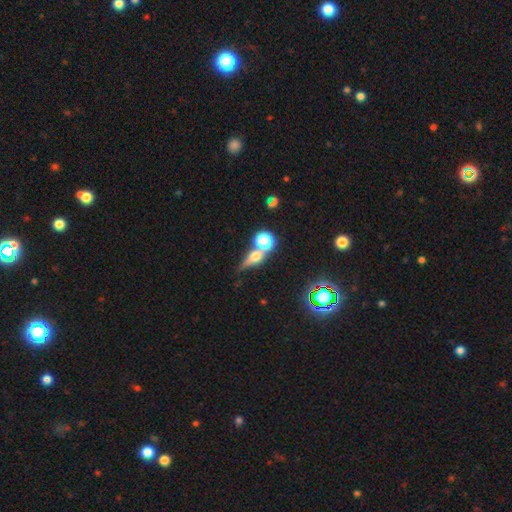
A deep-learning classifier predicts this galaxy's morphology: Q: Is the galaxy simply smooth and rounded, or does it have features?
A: smooth — 53%.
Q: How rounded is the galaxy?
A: in between — 40%.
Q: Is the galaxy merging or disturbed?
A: merger — 50%.